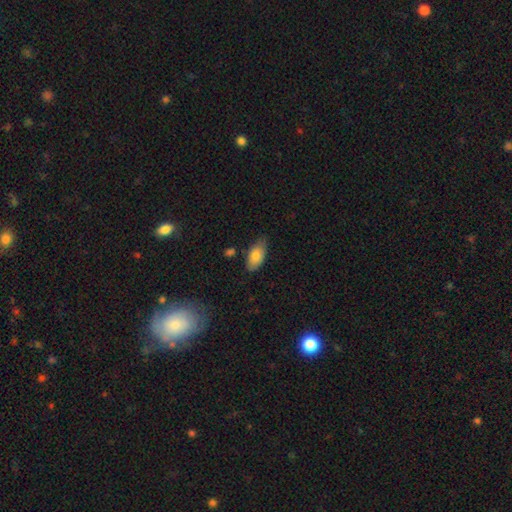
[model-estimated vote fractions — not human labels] Smooth or featured?
  - smooth: 79% *
  - featured or disk: 14%
  - star or artifact: 7%
How rounded?
  - in between: 92% *
  - cigar-shaped: 4%
  - round: 3%
Merging?
  - none: 70% *
  - minor disturbance: 24%
  - major disturbance: 4%
  - merger: 3%